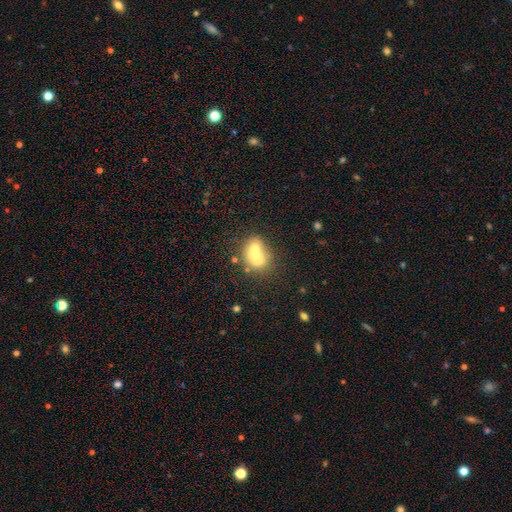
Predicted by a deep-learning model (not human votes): Smooth or featured?
  - smooth: 58% *
  - featured or disk: 31%
  - star or artifact: 11%
How rounded?
  - round: 52% *
  - in between: 47%
  - cigar-shaped: 1%
Merging?
  - merger: 58% *
  - none: 28%
  - minor disturbance: 9%
  - major disturbance: 5%